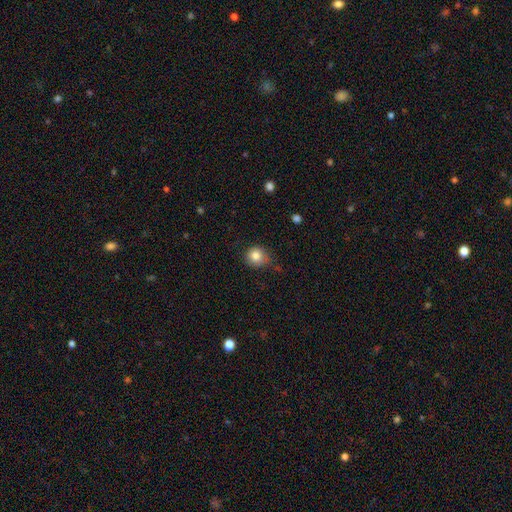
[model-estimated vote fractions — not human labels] Smooth or featured? smooth (83%)
How rounded? round (88%)
Merging? none (74%)